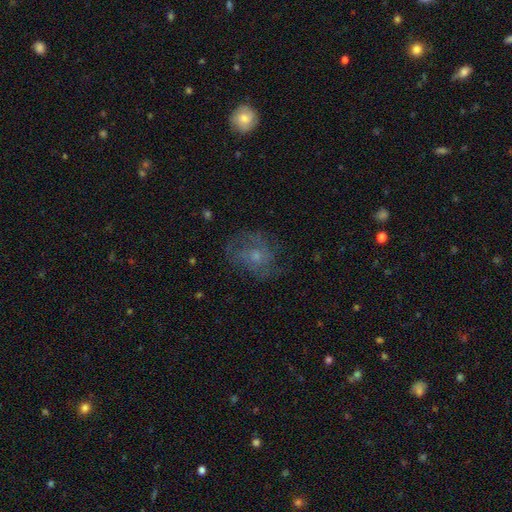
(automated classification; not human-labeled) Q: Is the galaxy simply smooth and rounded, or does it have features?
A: featured or disk — 56%.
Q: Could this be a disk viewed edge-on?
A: no — 97%.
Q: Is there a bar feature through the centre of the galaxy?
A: no — 78%.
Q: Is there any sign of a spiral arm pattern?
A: yes — 71%.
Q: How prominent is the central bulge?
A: small — 50%.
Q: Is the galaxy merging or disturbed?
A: none — 63%.